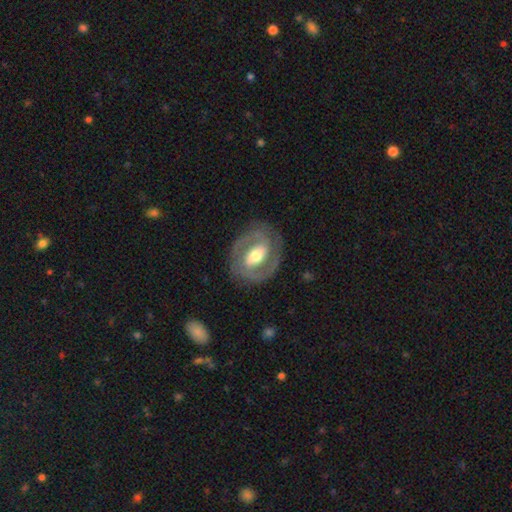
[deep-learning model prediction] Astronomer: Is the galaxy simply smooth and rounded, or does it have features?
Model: featured or disk — 83%.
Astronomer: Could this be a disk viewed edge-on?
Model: no — 97%.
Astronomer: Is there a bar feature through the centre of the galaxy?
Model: strong — 41% (runner-up: weak, 38%).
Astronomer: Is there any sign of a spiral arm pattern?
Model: yes — 87%.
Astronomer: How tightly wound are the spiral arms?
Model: tight — 45% (runner-up: medium, 44%).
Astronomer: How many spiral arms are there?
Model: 2 — 88%.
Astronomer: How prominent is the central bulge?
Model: moderate — 67%.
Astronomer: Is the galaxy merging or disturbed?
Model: none — 83%.